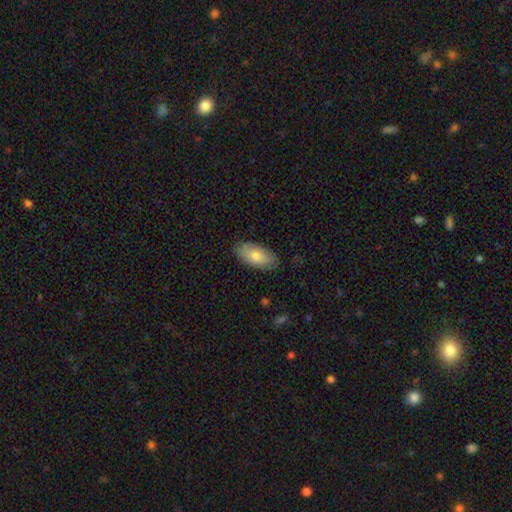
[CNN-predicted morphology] A smooth galaxy with no disk features (75%) that is in between round and cigar-shaped (93%).

Vote fractions:
- Smooth or featured? smooth: 75% / featured or disk: 19% / star or artifact: 6%
- How rounded? in between: 93% / cigar-shaped: 5% / round: 2%
- Merging? none: 84% / minor disturbance: 13% / major disturbance: 2% / merger: 1%